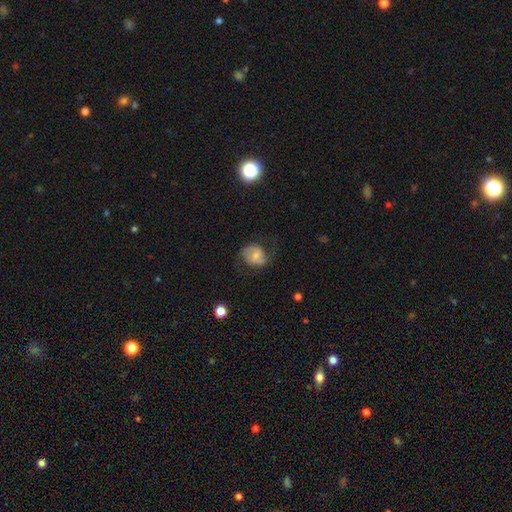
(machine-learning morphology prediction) Smooth or featured?
  - smooth: 47% *
  - featured or disk: 44%
  - star or artifact: 9%
Merging?
  - none: 56% *
  - minor disturbance: 25%
  - major disturbance: 17%
  - merger: 2%